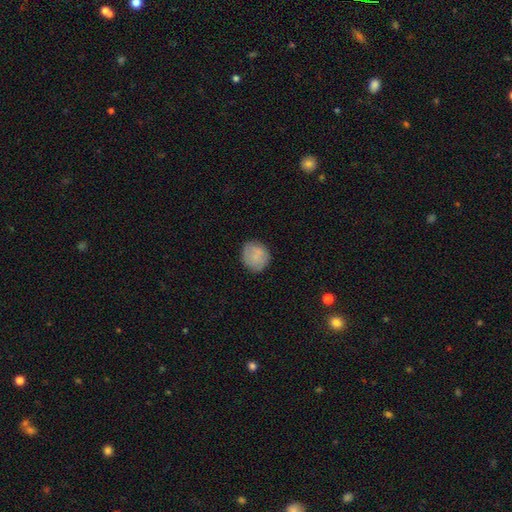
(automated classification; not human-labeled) smooth_or_featured: smooth (p=0.83) [alt: featured or disk p=0.10]
how_rounded: round (p=0.82) [alt: in between p=0.17]
merging: none (p=0.81) [alt: minor disturbance p=0.14]